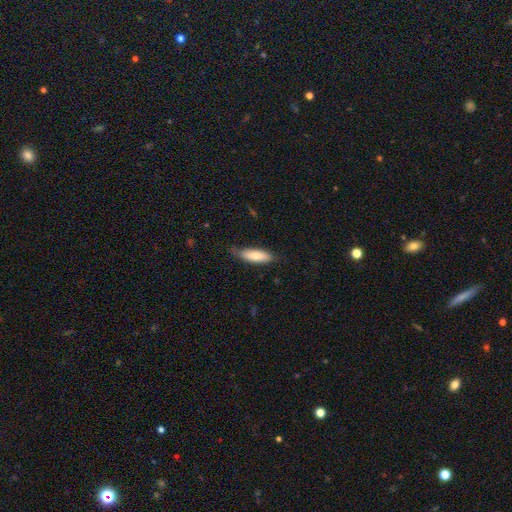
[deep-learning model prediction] Overall: smooth (75%). How rounded: in between (57%; cigar-shaped 42%). Merging: none (71%).